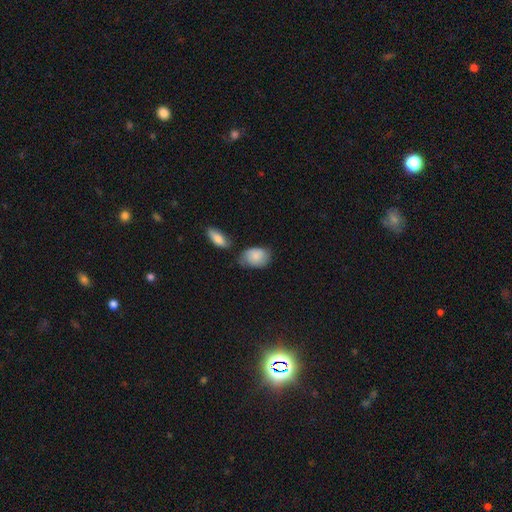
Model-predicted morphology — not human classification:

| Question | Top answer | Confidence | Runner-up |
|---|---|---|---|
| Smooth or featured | smooth | 81% | featured or disk (13%) |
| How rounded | in between | 84% | round (14%) |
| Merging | none | 54% | minor disturbance (29%) |